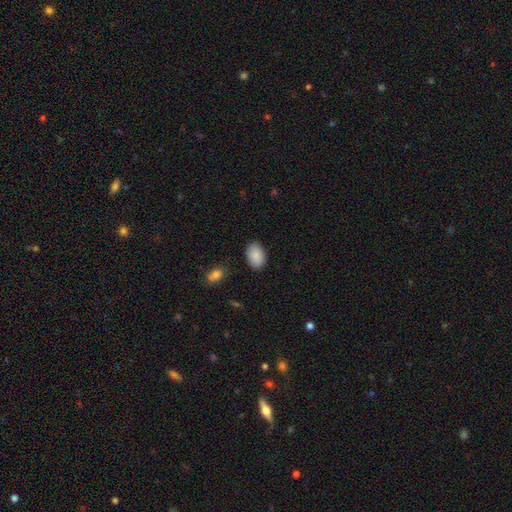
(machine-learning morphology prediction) A smooth galaxy with no disk features (89%) that is in between round and cigar-shaped (90%). Merging: none (87%).